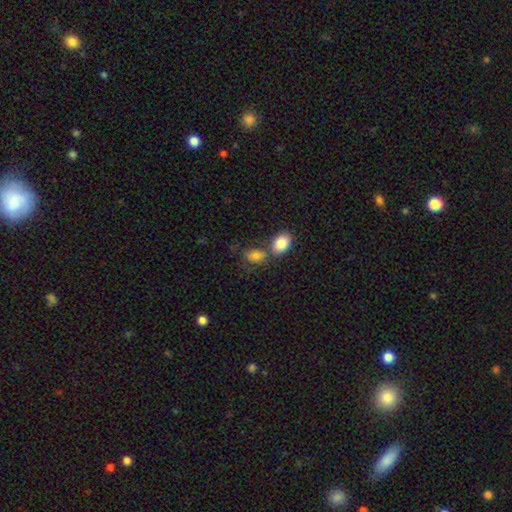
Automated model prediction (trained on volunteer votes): smooth-or-featured: smooth: 80% | featured or disk: 11% | star or artifact: 9%
  how-rounded: in between: 84% | round: 14% | cigar-shaped: 2%
  merging: none: 42% | merger: 38% | minor disturbance: 14% | major disturbance: 6%